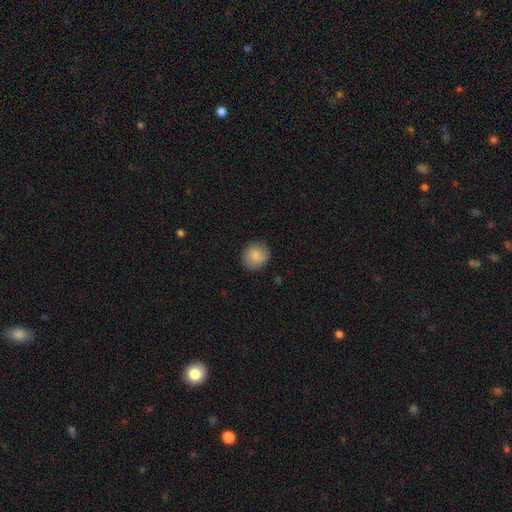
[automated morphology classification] smooth-or-featured: smooth: 86% | star or artifact: 7% | featured or disk: 7%
  how-rounded: round: 79% | in between: 20% | cigar-shaped: 1%
  merging: none: 87% | minor disturbance: 9% | major disturbance: 2% | merger: 1%